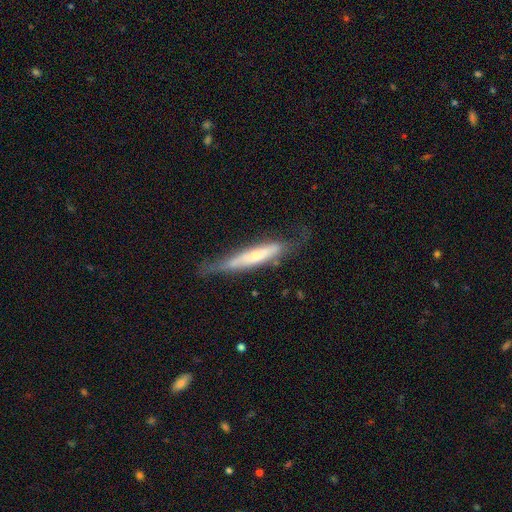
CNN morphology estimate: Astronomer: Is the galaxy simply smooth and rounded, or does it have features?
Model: featured or disk — 58% (runner-up: smooth, 36%).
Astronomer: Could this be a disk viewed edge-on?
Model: yes — 71%.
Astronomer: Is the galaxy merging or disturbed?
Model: none — 58%.